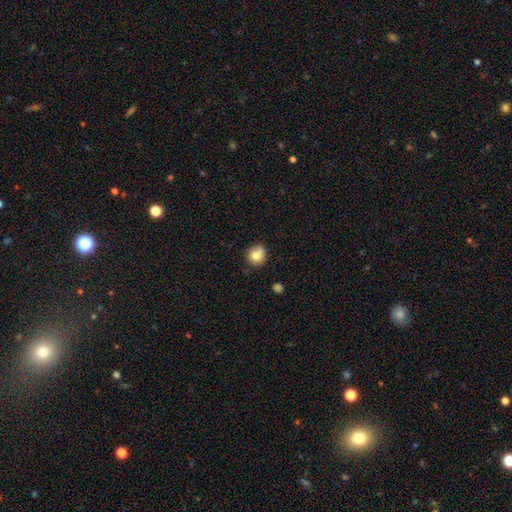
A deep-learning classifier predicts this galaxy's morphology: Overall: smooth (79%). How rounded: round (84%). Merging: none (71%).